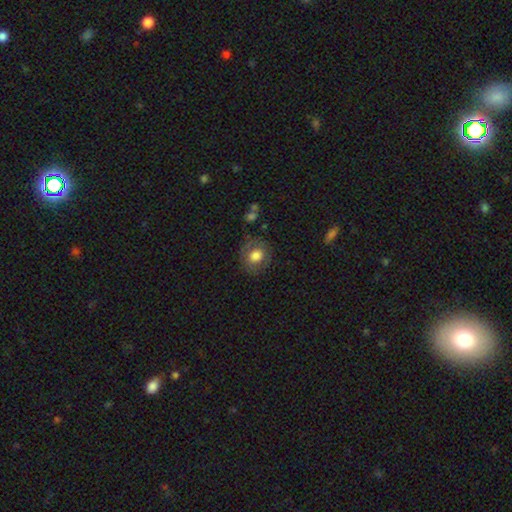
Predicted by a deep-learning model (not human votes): Q: Smooth or featured?
A: smooth (69%); runner-up: featured or disk (23%)
Q: How rounded?
A: round (76%); runner-up: in between (23%)
Q: Merging?
A: none (79%); runner-up: minor disturbance (14%)